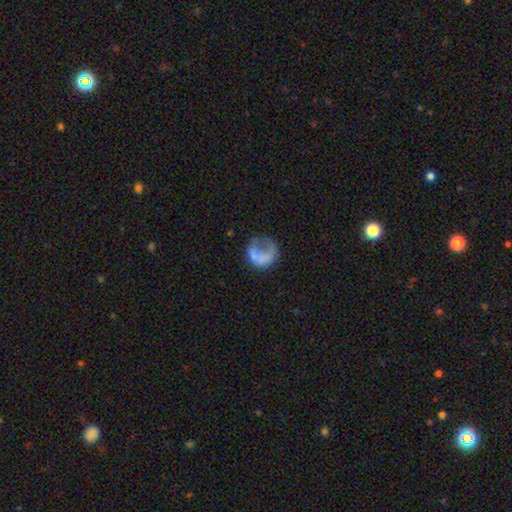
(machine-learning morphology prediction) A smooth galaxy with no disk features (53%) that is round (72%). Merging: none (37%).